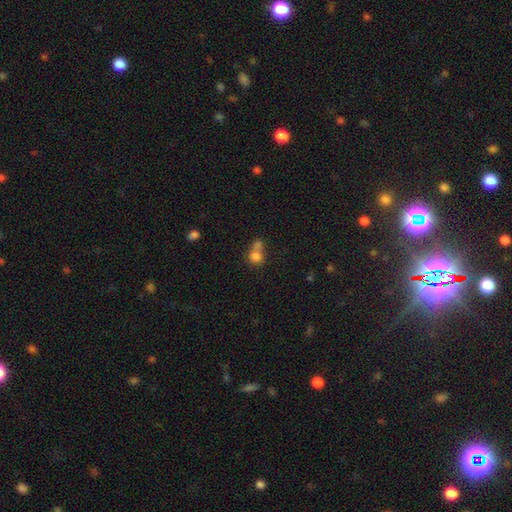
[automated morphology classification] Overall: smooth (78%). How rounded: round (72%). Merging: merger (56%; none 31%).